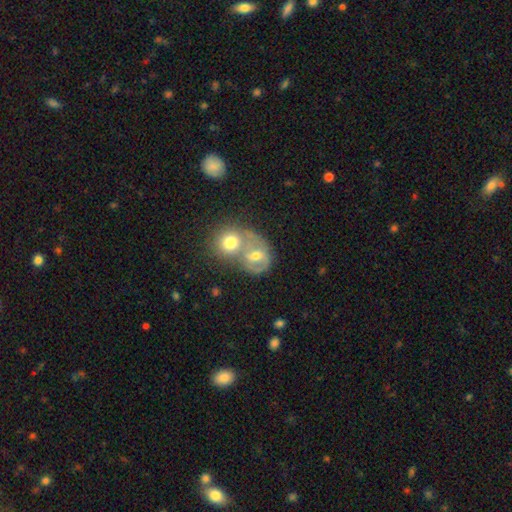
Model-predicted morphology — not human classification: smooth-or-featured: smooth: 46% | featured or disk: 45% | star or artifact: 9%
  merging: merger: 62% | none: 24% | minor disturbance: 9% | major disturbance: 5%